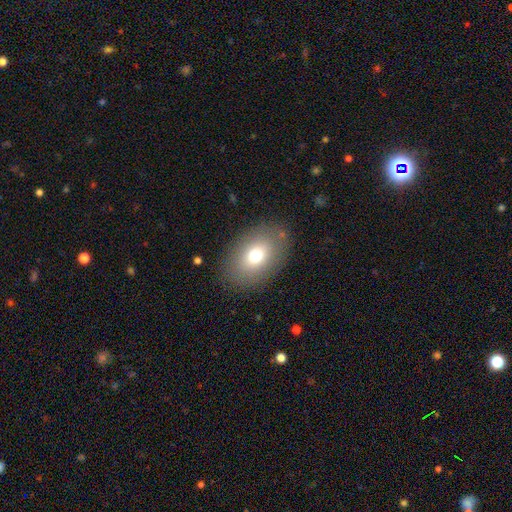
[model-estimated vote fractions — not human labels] A smooth galaxy with no disk features (73%) that is in between round and cigar-shaped (79%). Merging: none (84%).